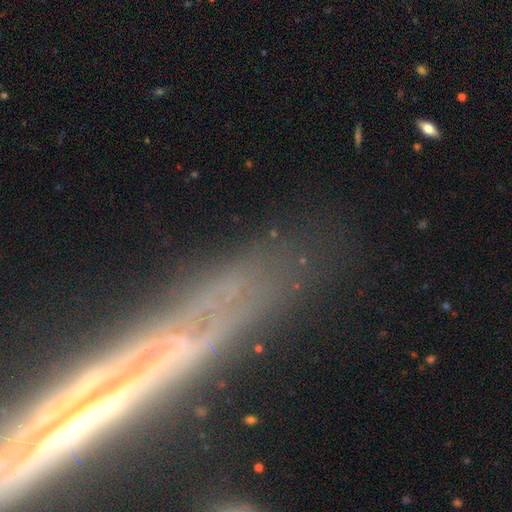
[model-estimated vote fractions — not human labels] Smooth or featured? Predicted: featured or disk (p=0.59). Edge-on disk? Predicted: yes (p=0.69). Merging? Predicted: none (p=0.77).